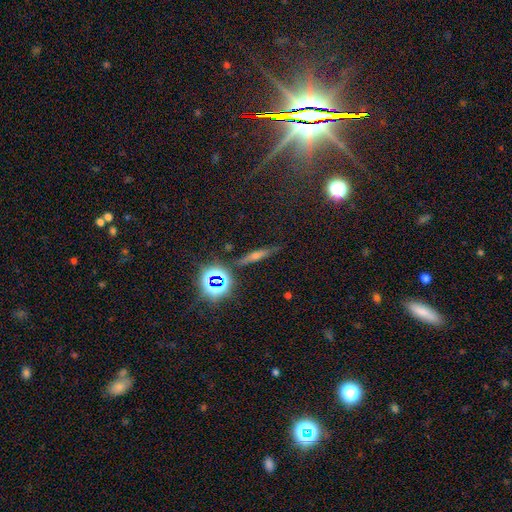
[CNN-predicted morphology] Q: Smooth or featured?
A: featured or disk (37%); runner-up: smooth (34%)
Q: Merging?
A: none (84%); runner-up: minor disturbance (11%)